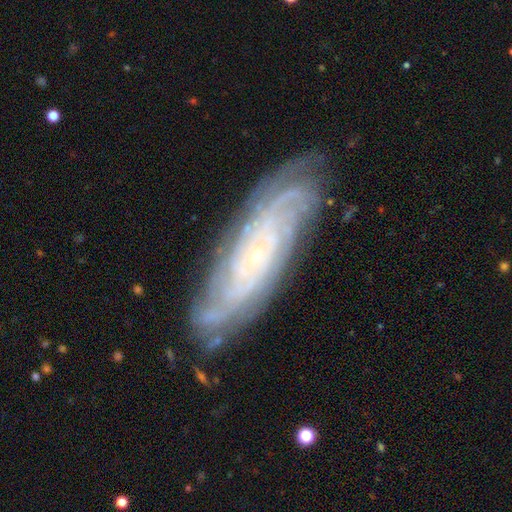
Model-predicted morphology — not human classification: Smooth or featured? featured or disk (86%)
Edge-on disk? no (88%)
Bar? no (75%)
Spiral arms? yes (97%)
Spiral winding? tight (77%)
Spiral arm count? can't tell (30%)
Bulge size? small (86%)
Merging? none (81%)